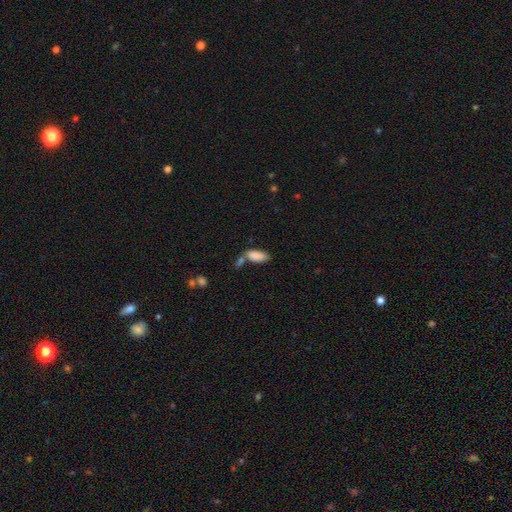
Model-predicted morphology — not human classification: Overall: smooth (86%). How rounded: in between (85%). Merging: none (52%; merger 26%).